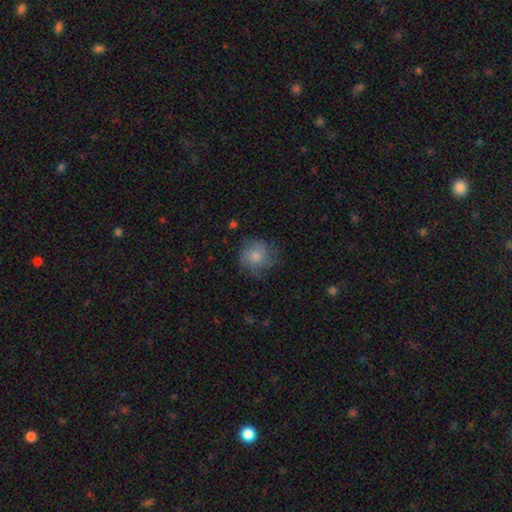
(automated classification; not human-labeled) smooth_or_featured: smooth (p=0.74) [alt: featured or disk p=0.17]
how_rounded: round (p=0.86) [alt: in between p=0.13]
merging: none (p=0.62) [alt: minor disturbance p=0.25]